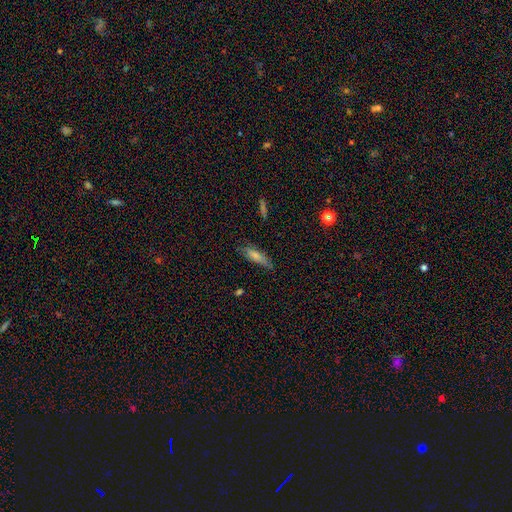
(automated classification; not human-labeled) This is likely a smooth galaxy (76%). How rounded: possibly in between (50%). Merging: likely none (68%).